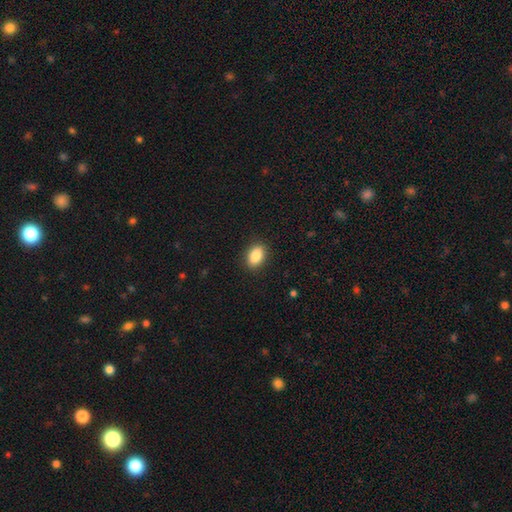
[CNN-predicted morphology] Q: Smooth or featured?
A: smooth (87%); runner-up: star or artifact (8%)
Q: How rounded?
A: in between (85%); runner-up: round (13%)
Q: Merging?
A: none (89%); runner-up: minor disturbance (8%)